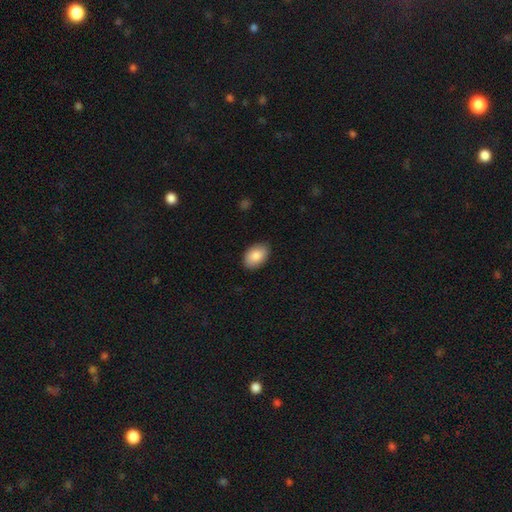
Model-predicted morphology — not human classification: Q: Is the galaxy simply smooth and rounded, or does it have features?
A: smooth — 87%.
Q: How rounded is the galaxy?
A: in between — 89%.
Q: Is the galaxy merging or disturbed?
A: none — 87%.